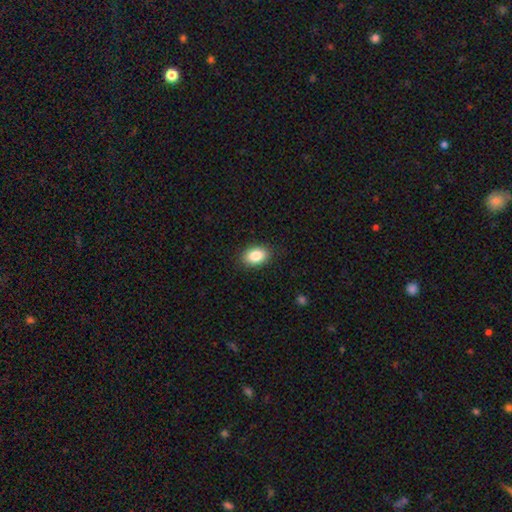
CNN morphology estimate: Overall: smooth (86%). How rounded: in between (82%). Merging: none (88%).